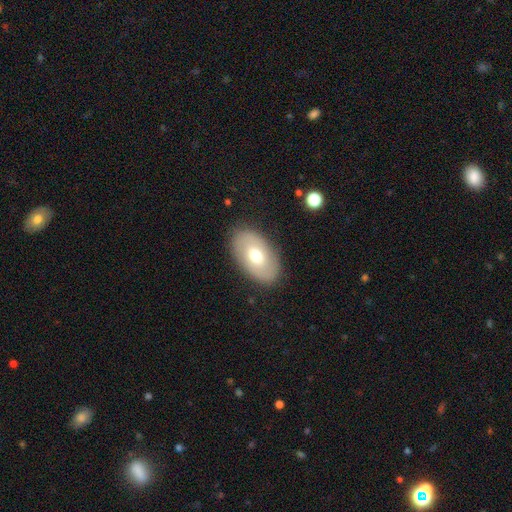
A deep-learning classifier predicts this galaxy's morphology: A smooth galaxy with no disk features (58%) that is in between round and cigar-shaped (92%). Merging: none (86%).